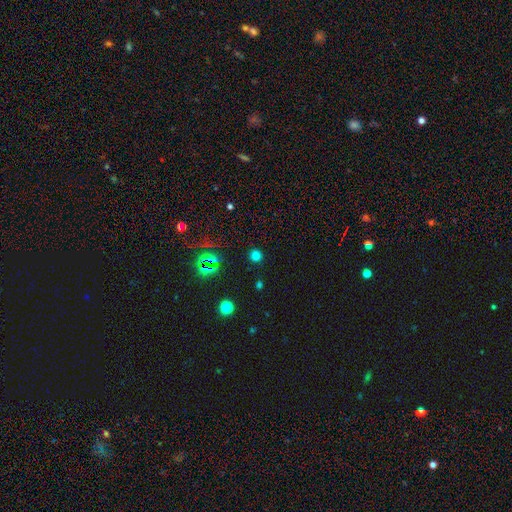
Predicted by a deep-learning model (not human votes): This appears to be a smooth galaxy with no disk features (71%) that is round (92%). Merging: none (89%).